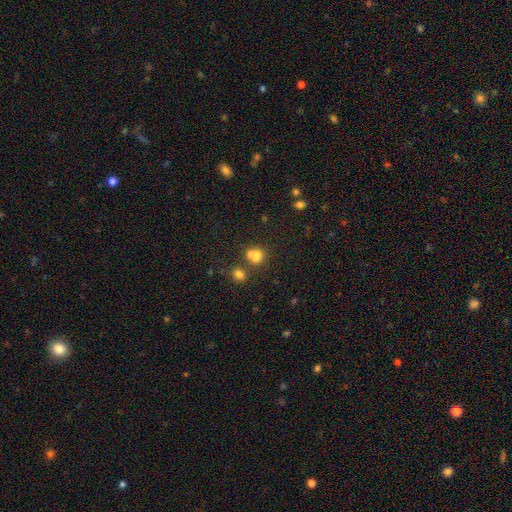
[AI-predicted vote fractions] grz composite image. It shows a smooth galaxy with no disk features (69%) that is round (59%). Merging: merger (48%).